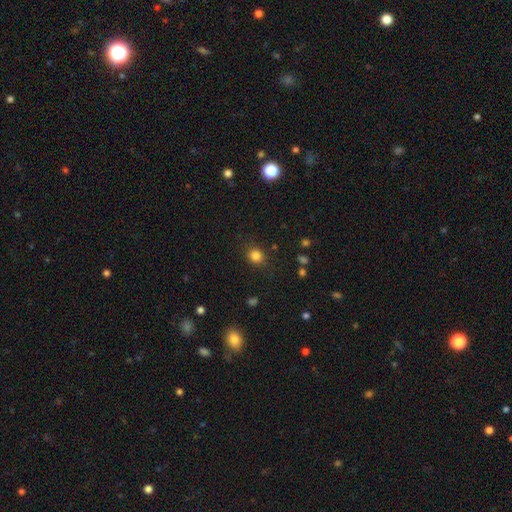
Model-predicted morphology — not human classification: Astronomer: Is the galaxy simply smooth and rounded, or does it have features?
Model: smooth — 82%.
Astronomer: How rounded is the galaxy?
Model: round — 78%.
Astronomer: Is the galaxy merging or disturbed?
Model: none — 86%.